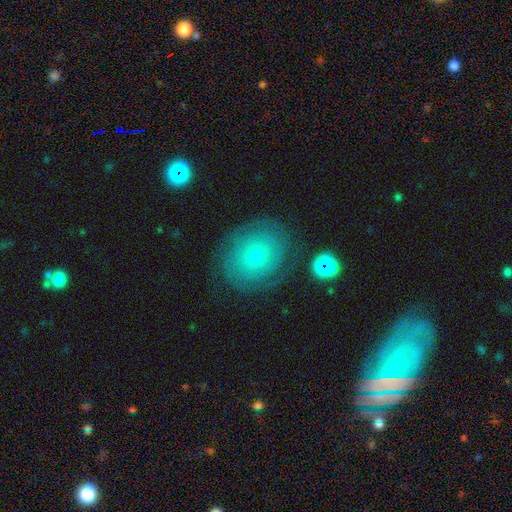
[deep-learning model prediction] A featured or disk galaxy (47%). Merging: none (81%).